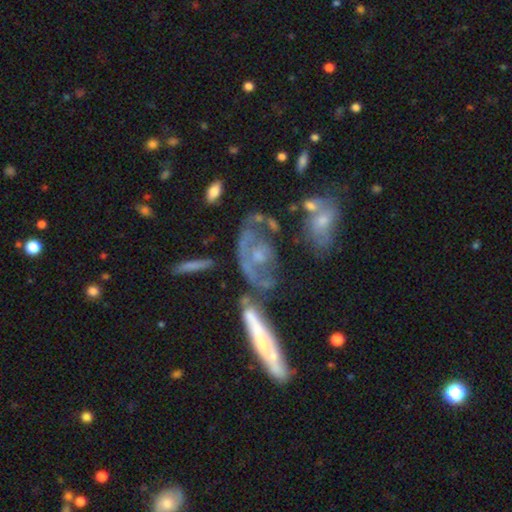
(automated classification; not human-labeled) A featured or disk galaxy (65%) with no bar (79%), spiral arms (57%) and a small central bulge (38%). Merging: none (40%).